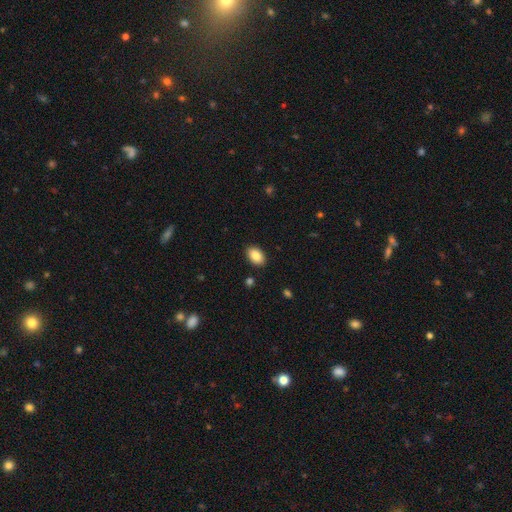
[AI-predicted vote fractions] The model was most divided on "how rounded": in between: 88%, round: 11%, cigar-shaped: 1%. More confident: merging — none (89%); smooth or featured — smooth (87%).